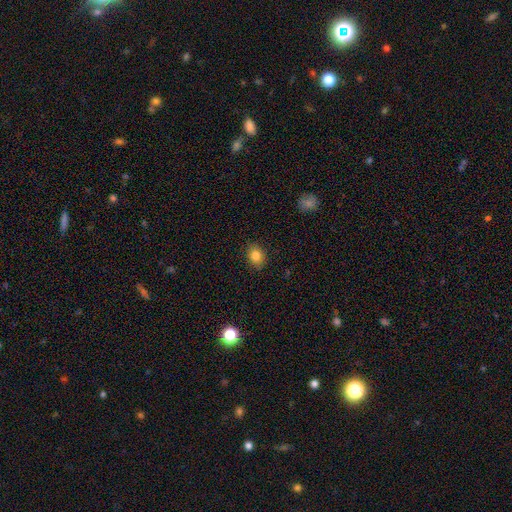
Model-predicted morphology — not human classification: This is clearly a smooth galaxy (83%). How rounded: possibly in between (53%). Merging: clearly none (88%).